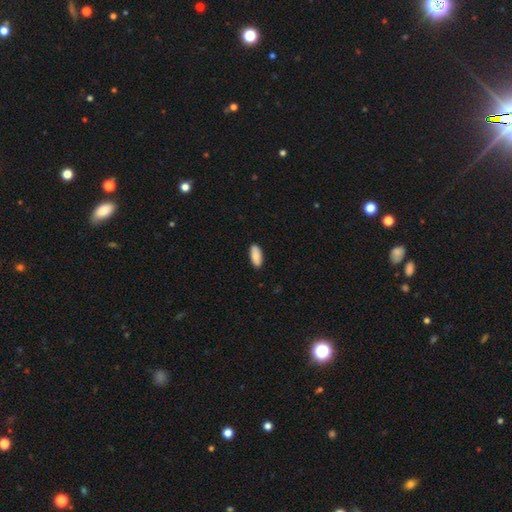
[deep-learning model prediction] smooth 87%, featured or disk 7%, star or artifact 6%. Down the decision tree: how rounded — in between (85%); merging — none (89%).